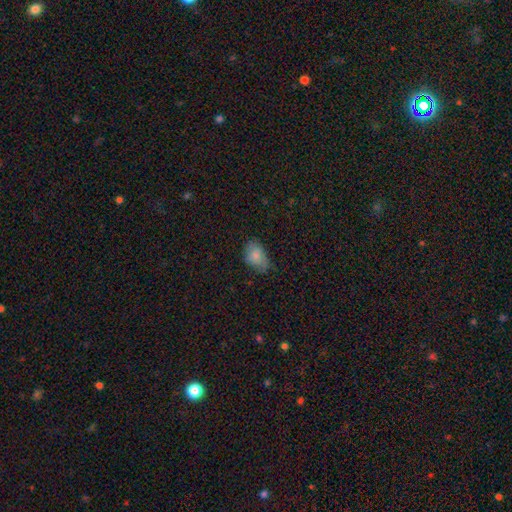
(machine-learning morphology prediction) Smooth or featured? smooth (81%)
How rounded? in between (82%)
Merging? none (51%)